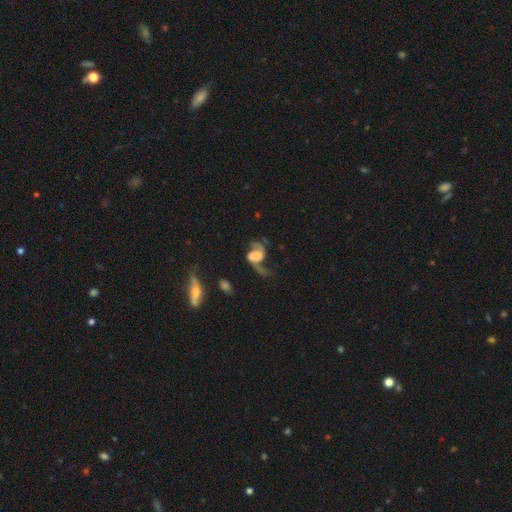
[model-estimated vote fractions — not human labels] Smooth or featured? Predicted: featured or disk (p=0.74). Edge-on disk? Predicted: no (p=0.97). Bar? Predicted: no (p=0.45). Spiral arms? Predicted: yes (p=0.89). Spiral winding? Predicted: loose (p=0.66). Spiral arm count? Predicted: 2 (p=0.82). Bulge size? Predicted: none (p=0.43). Merging? Predicted: none (p=0.36, tied with major disturbance).